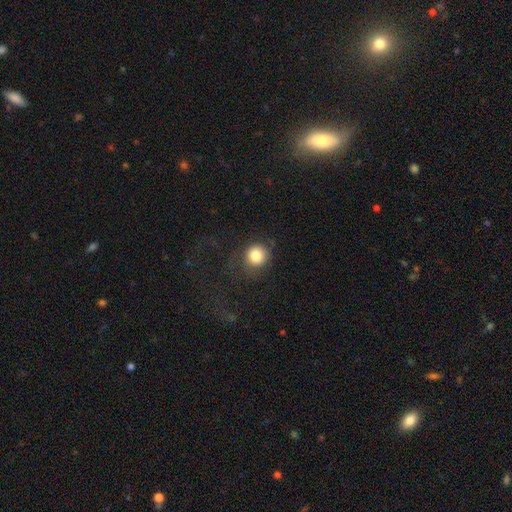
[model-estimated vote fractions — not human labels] Smooth or featured?
  - smooth: 82% *
  - star or artifact: 10%
  - featured or disk: 8%
How rounded?
  - round: 88% *
  - in between: 11%
  - cigar-shaped: 1%
Merging?
  - none: 66% *
  - minor disturbance: 17%
  - major disturbance: 15%
  - merger: 2%